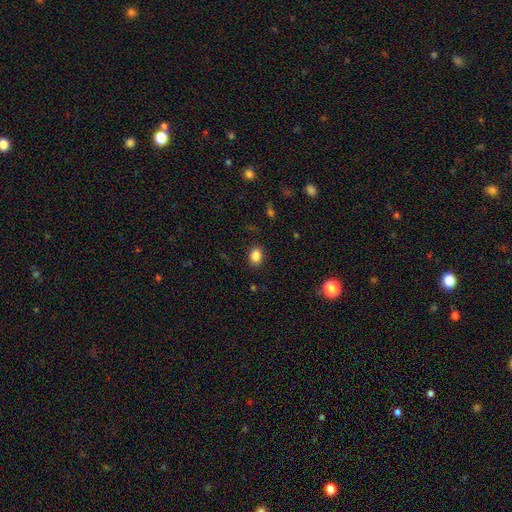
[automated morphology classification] smooth-or-featured: smooth: 86% | star or artifact: 10% | featured or disk: 4%
  how-rounded: in between: 67% | round: 32% | cigar-shaped: 1%
  merging: none: 87% | minor disturbance: 9% | major disturbance: 3% | merger: 1%